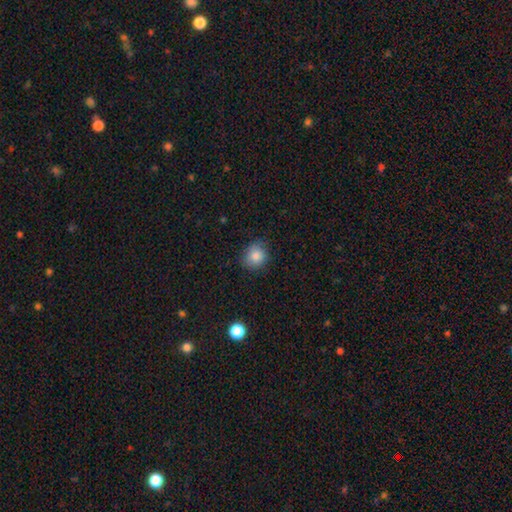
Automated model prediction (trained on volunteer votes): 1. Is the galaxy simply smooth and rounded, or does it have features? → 84% smooth, 10% star or artifact, 7% featured or disk.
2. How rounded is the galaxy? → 77% round, 22% in between, 1% cigar-shaped.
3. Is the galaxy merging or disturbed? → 78% none, 17% minor disturbance, 3% major disturbance, 1% merger.